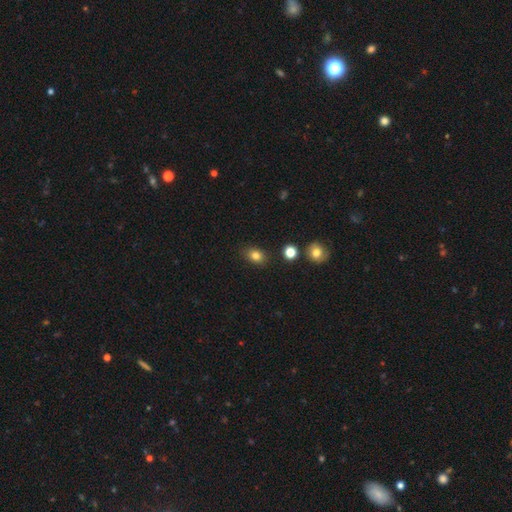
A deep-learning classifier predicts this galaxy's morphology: This appears to be a smooth galaxy with no disk features (81%) that is in between round and cigar-shaped (61%). Merging: none (83%).